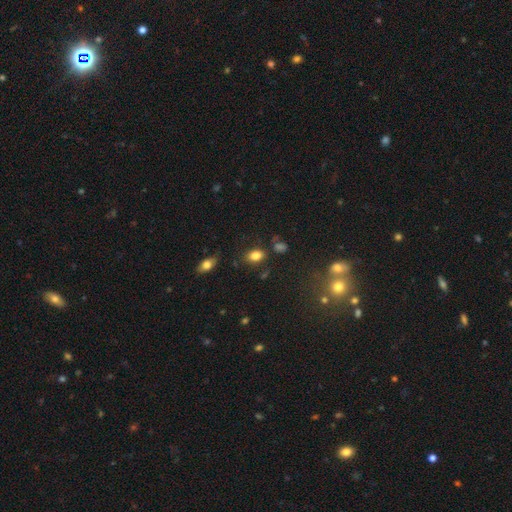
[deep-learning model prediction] Smooth or featured: smooth — 83% (star or artifact — 11%)
How rounded: in between — 83% (round — 15%)
Merging: none — 77% (minor disturbance — 13%)